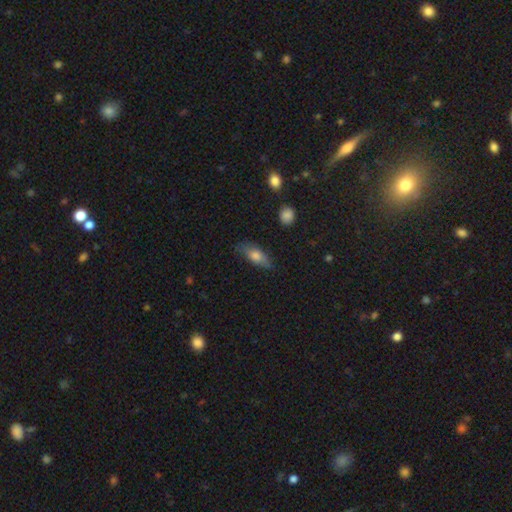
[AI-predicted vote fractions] This is likely a smooth galaxy (72%). How rounded: likely in between (76%). Merging: likely none (72%).